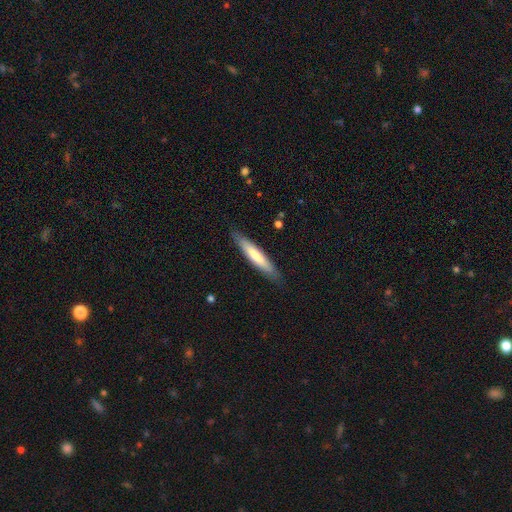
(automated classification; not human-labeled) A smooth galaxy with no disk features (69%) that is cigar-shaped (89%). Merging: none (87%).